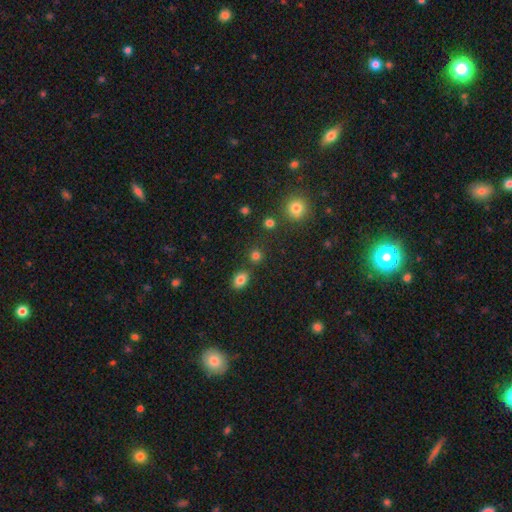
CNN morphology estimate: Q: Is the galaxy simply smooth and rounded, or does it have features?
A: smooth — 80%.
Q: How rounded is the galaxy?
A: round — 80%.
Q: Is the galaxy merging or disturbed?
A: none — 77%.